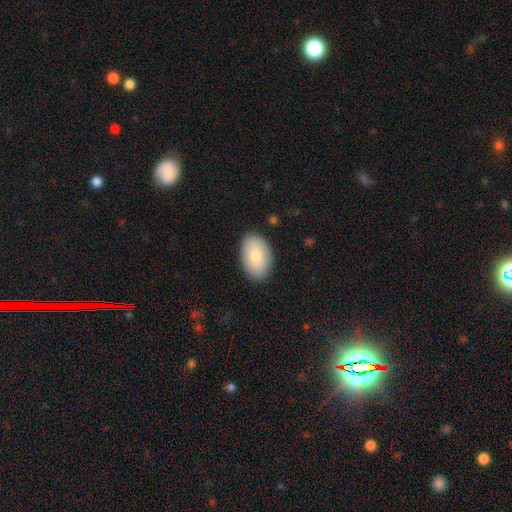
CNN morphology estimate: The model was most divided on "smooth or featured": smooth: 80%, featured or disk: 14%, star or artifact: 6%. More confident: how rounded — in between (91%); merging — none (87%).